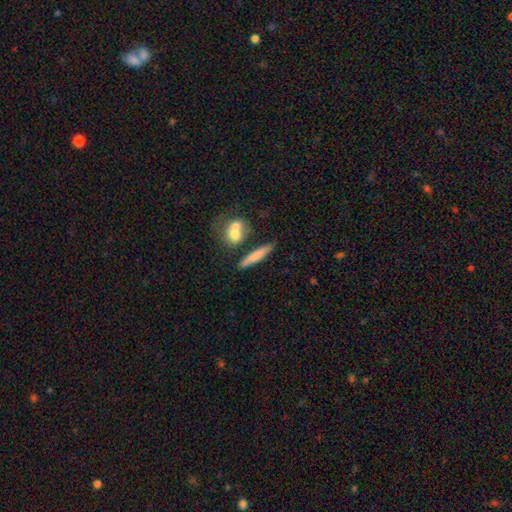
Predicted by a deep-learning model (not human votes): Morphology: type=smooth (71%); roundness=cigar-shaped (85%); merging=none (72%).